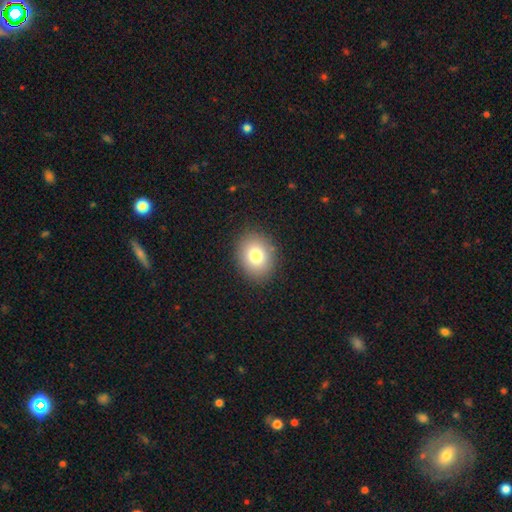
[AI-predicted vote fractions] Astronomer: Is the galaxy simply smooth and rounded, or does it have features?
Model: smooth — 79%.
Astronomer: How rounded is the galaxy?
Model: round — 52% (runner-up: in between, 47%).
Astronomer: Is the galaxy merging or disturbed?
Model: none — 88%.